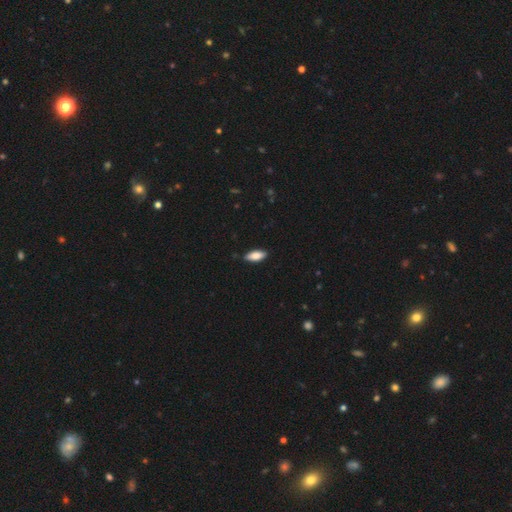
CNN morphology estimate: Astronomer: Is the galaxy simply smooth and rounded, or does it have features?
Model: smooth — 81%.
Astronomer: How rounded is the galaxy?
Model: in between — 78%.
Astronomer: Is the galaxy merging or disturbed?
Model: none — 87%.